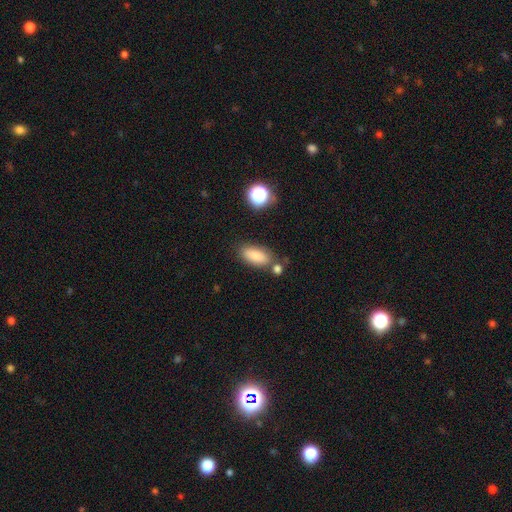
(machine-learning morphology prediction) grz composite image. It shows a smooth galaxy with no disk features (83%) that is in between round and cigar-shaped (84%). Merging: none (71%).